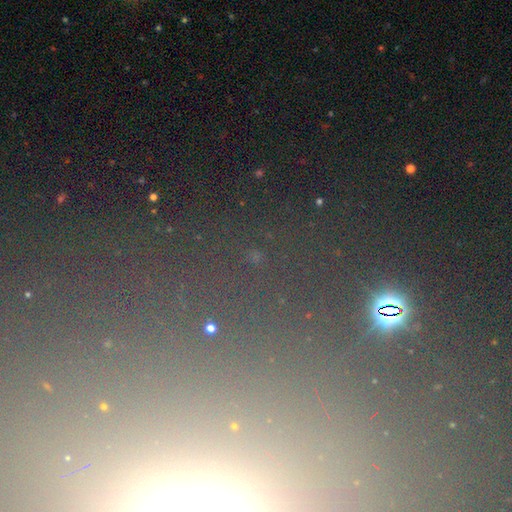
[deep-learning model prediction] smooth_or_featured: star or artifact (p=0.72) [alt: smooth p=0.18]